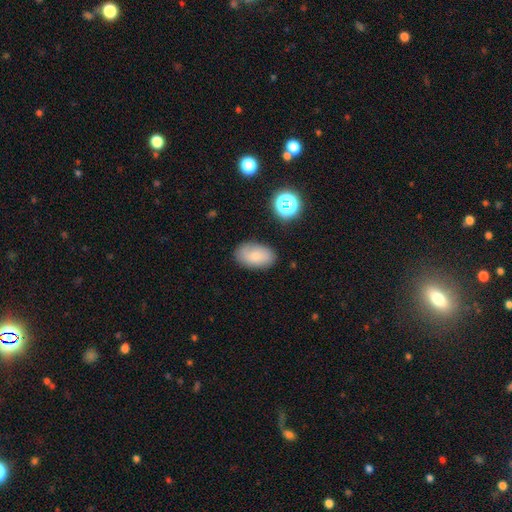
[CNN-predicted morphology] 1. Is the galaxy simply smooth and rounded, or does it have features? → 75% smooth, 15% featured or disk, 10% star or artifact.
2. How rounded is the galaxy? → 91% in between, 7% round, 1% cigar-shaped.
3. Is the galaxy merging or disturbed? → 81% none, 14% minor disturbance, 3% major disturbance, 2% merger.